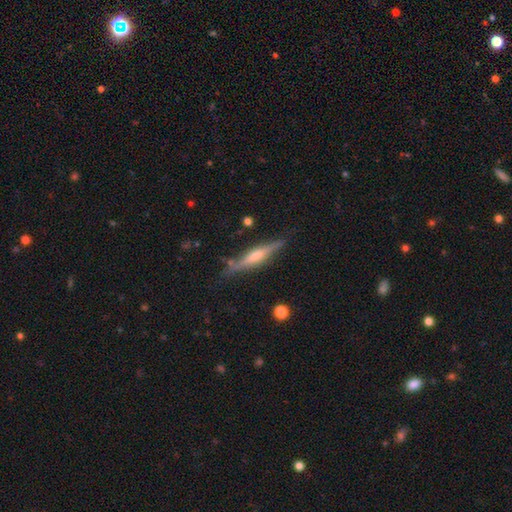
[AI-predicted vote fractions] The model was most divided on "smooth or featured": featured or disk: 68%, smooth: 26%, star or artifact: 6%. More confident: edge-on disk — yes (95%); merging — none (79%); edge-on bulge — rounded (68%).